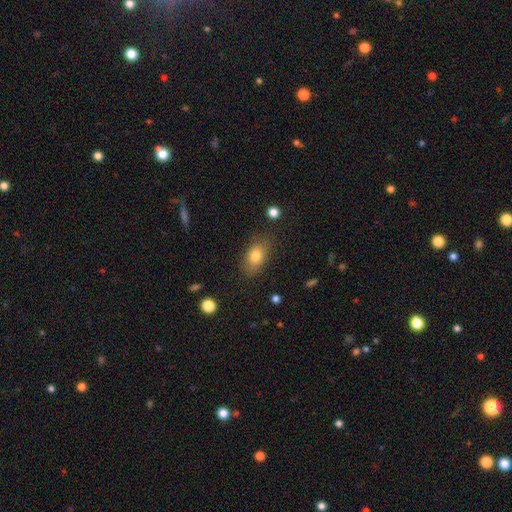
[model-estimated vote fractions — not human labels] smooth-or-featured: smooth: 78% | featured or disk: 12% | star or artifact: 10%
  how-rounded: in between: 83% | round: 15% | cigar-shaped: 3%
  merging: none: 79% | minor disturbance: 15% | major disturbance: 5% | merger: 2%